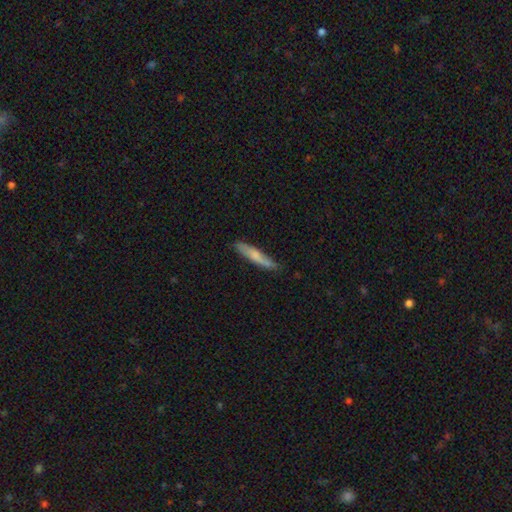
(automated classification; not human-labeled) Smooth or featured? smooth (65%)
How rounded? cigar-shaped (90%)
Merging? none (79%)